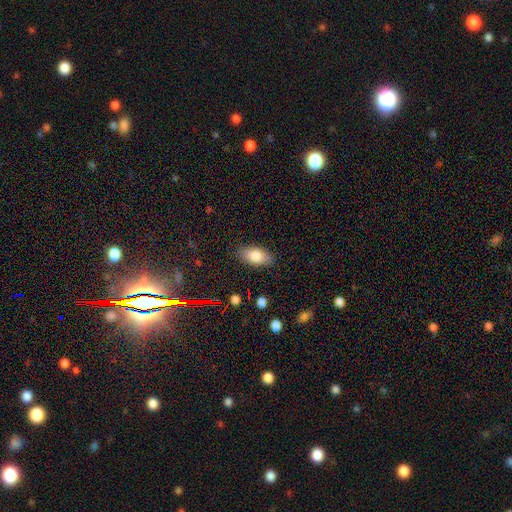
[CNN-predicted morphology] Smooth or featured: smooth — 81% (featured or disk — 12%)
How rounded: in between — 91% (cigar-shaped — 5%)
Merging: none — 86% (minor disturbance — 10%)